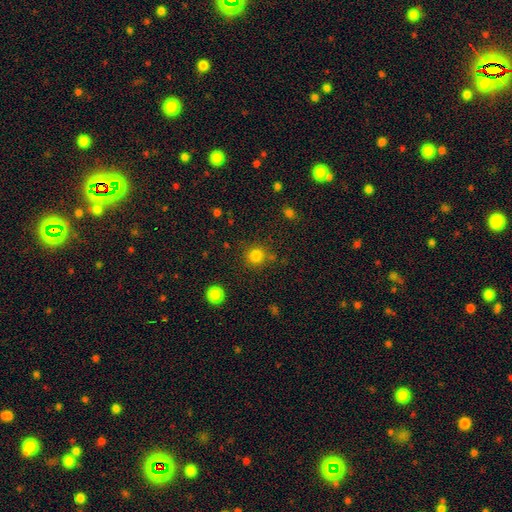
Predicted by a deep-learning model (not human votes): Q: Smooth or featured?
A: smooth (82%); runner-up: star or artifact (13%)
Q: How rounded?
A: round (93%); runner-up: in between (6%)
Q: Merging?
A: none (84%); runner-up: minor disturbance (8%)